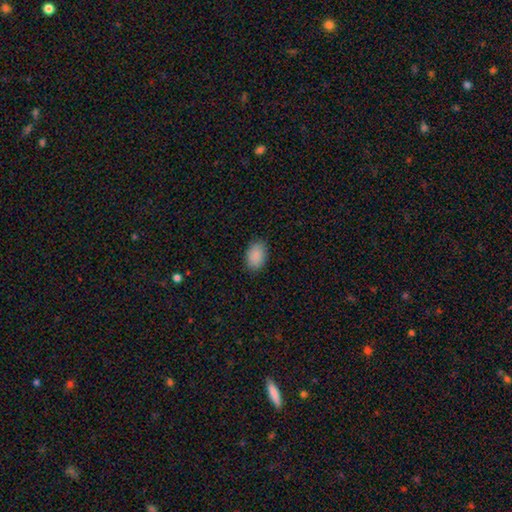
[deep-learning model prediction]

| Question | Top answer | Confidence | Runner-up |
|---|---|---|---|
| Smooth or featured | smooth | 90% | star or artifact (8%) |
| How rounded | in between | 87% | round (11%) |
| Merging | none | 86% | minor disturbance (11%) |